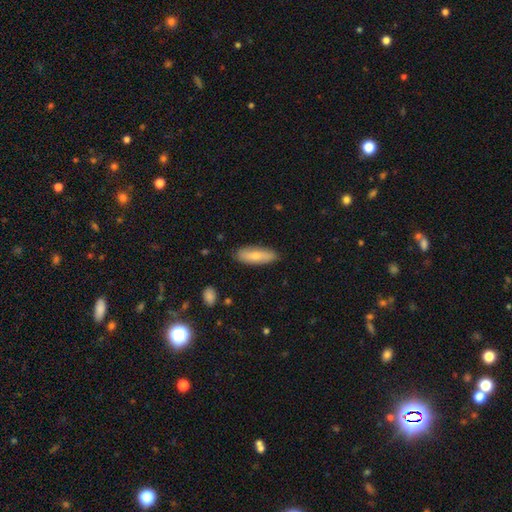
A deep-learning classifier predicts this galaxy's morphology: smooth_or_featured: smooth (p=0.70) [alt: featured or disk p=0.24]
how_rounded: in between (p=0.57) [alt: cigar-shaped p=0.41]
merging: none (p=0.84) [alt: minor disturbance p=0.13]